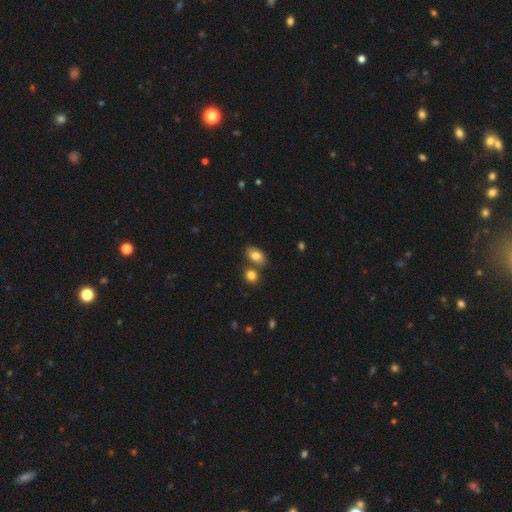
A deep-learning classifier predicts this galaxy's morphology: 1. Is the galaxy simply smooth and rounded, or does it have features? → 80% smooth, 10% featured or disk, 9% star or artifact.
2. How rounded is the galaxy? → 84% in between, 14% round, 2% cigar-shaped.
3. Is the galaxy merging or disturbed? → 63% none, 22% merger, 11% minor disturbance, 3% major disturbance.